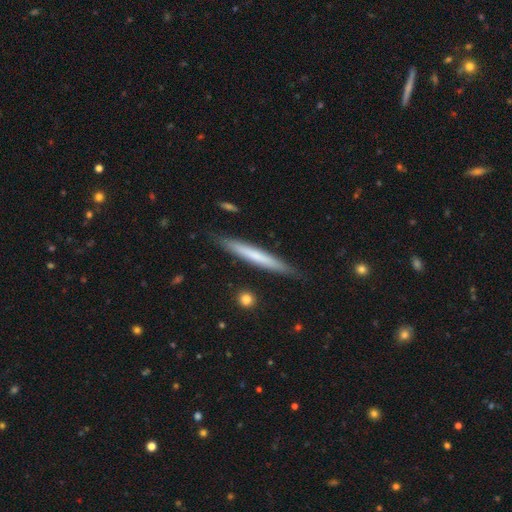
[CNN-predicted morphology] A smooth galaxy with no disk features (58%) that is cigar-shaped (96%). Merging: none (87%).